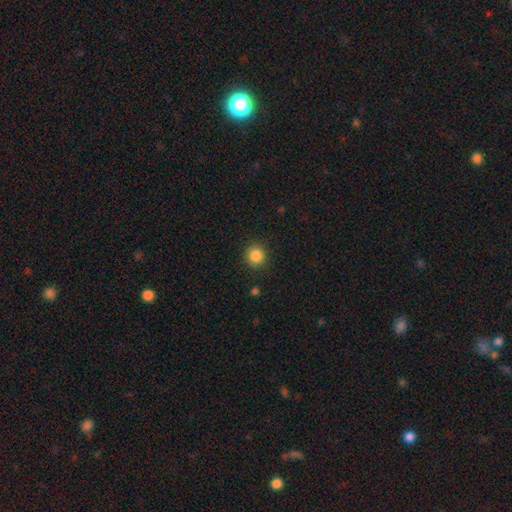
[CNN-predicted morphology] This appears to be a smooth galaxy with no disk features (86%) that is round (93%). Merging: none (91%).